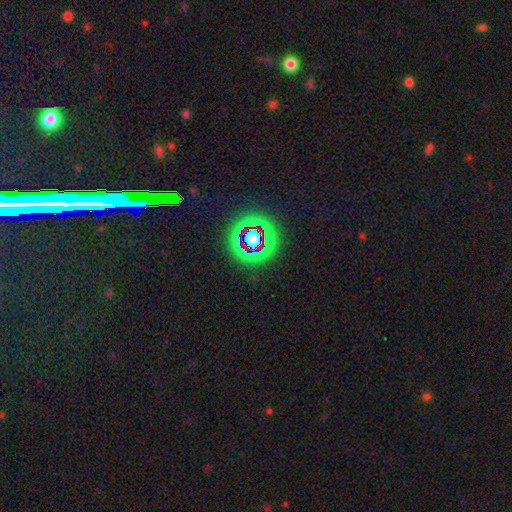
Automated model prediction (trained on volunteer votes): Smooth or featured? Predicted: star or artifact (p=0.81).